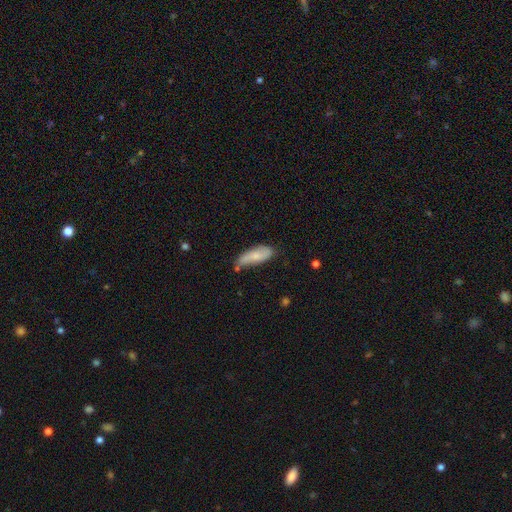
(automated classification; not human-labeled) The model was most divided on "merging": none: 55%, minor disturbance: 32%, major disturbance: 6%, merger: 6%. More confident: smooth or featured — smooth (66%); how rounded — in between (64%).